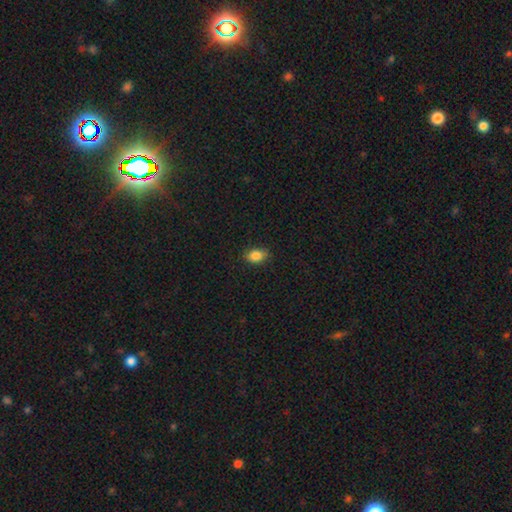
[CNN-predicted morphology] smooth 85%, star or artifact 9%, featured or disk 5%. Down the decision tree: how rounded — in between (76%); merging — none (83%).